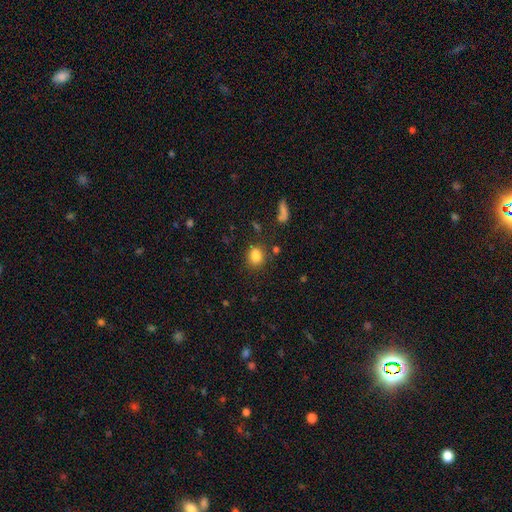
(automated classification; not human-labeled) This appears to be a smooth galaxy with no disk features (83%) that is round (51%). Merging: none (76%).